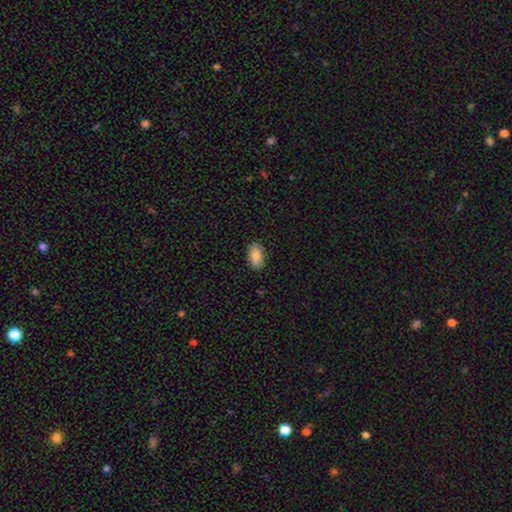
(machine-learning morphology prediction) smooth_or_featured: smooth (p=0.83) [alt: featured or disk p=0.10]
how_rounded: in between (p=0.92) [alt: round p=0.04]
merging: none (p=0.88) [alt: minor disturbance p=0.09]